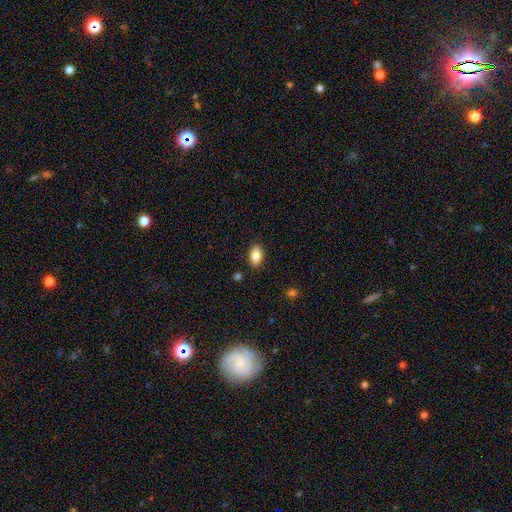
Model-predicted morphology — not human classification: Smooth or featured?
  - smooth: 85% *
  - star or artifact: 8%
  - featured or disk: 7%
How rounded?
  - in between: 91% *
  - round: 7%
  - cigar-shaped: 2%
Merging?
  - none: 87% *
  - minor disturbance: 9%
  - major disturbance: 2%
  - merger: 2%